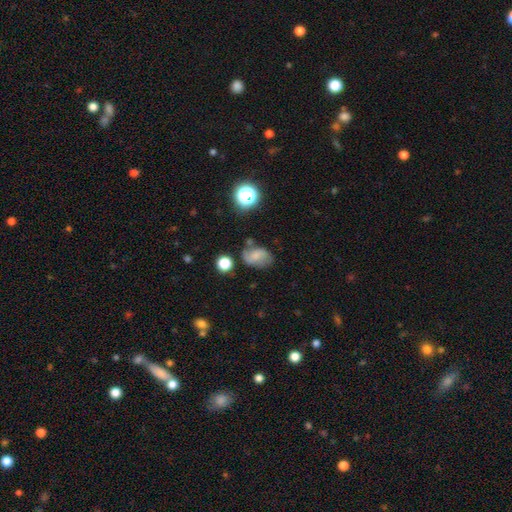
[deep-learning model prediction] This appears to be a smooth galaxy with no disk features (54%) that is in between round and cigar-shaped (77%). Merging: none (56%).